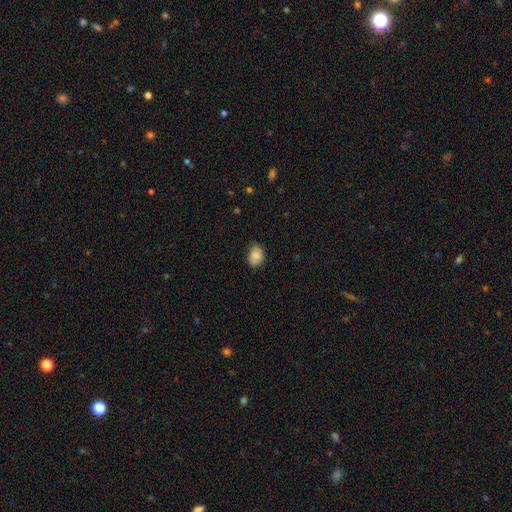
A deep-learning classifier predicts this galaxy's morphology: Smooth or featured: smooth — 82% (featured or disk — 10%)
How rounded: in between — 73% (round — 25%)
Merging: none — 72% (minor disturbance — 23%)